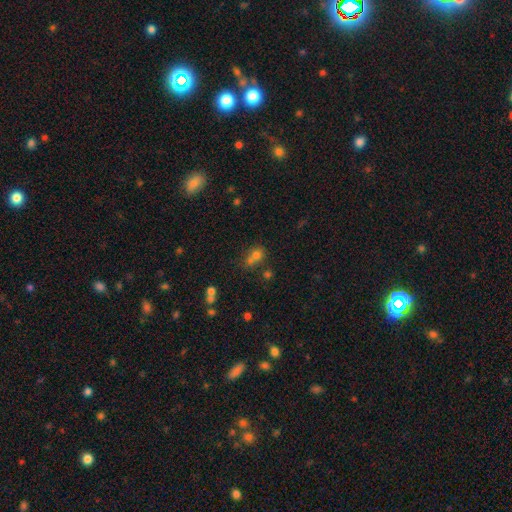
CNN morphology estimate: This appears to be a smooth galaxy with no disk features (69%) that is round (71%). Merging: merger (47%).